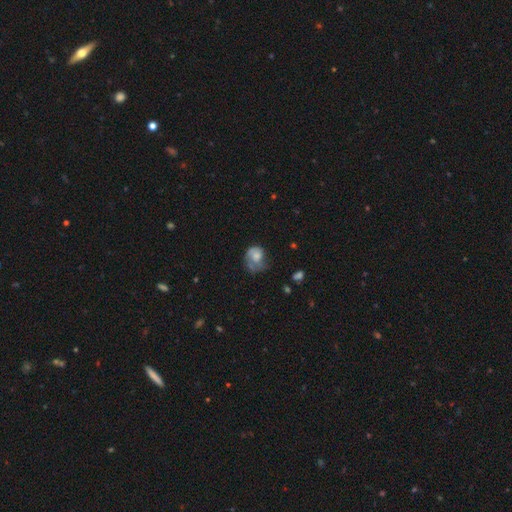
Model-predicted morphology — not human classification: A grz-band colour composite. It shows a smooth galaxy with no disk features (53%) that is round (57%). Merging: major disturbance (38%).